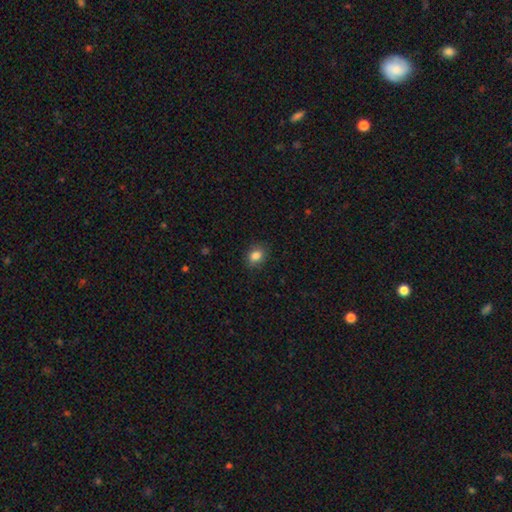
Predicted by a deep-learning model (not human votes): Morphology: type=smooth (85%); roundness=in between (58%); merging=none (86%).